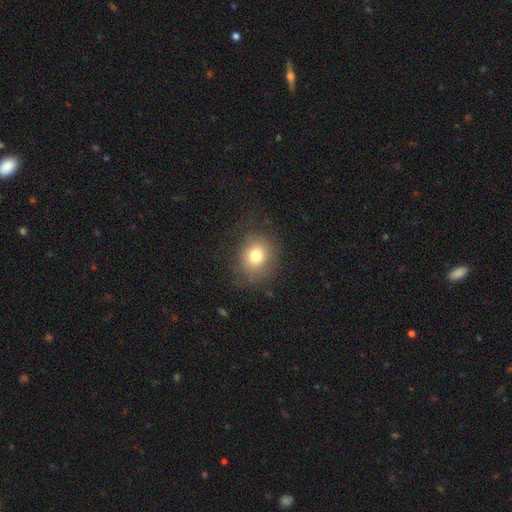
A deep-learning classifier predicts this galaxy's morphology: Q: Smooth or featured?
A: smooth (77%); runner-up: star or artifact (12%)
Q: How rounded?
A: round (76%); runner-up: in between (24%)
Q: Merging?
A: none (78%); runner-up: minor disturbance (14%)